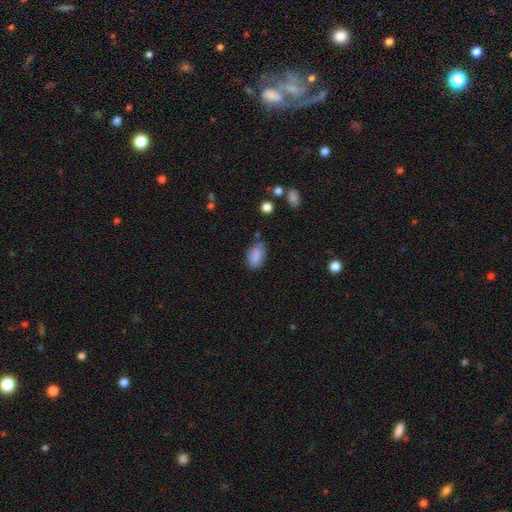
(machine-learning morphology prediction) Q: Smooth or featured?
A: smooth (84%); runner-up: featured or disk (8%)
Q: How rounded?
A: in between (92%); runner-up: round (6%)
Q: Merging?
A: none (68%); runner-up: minor disturbance (23%)